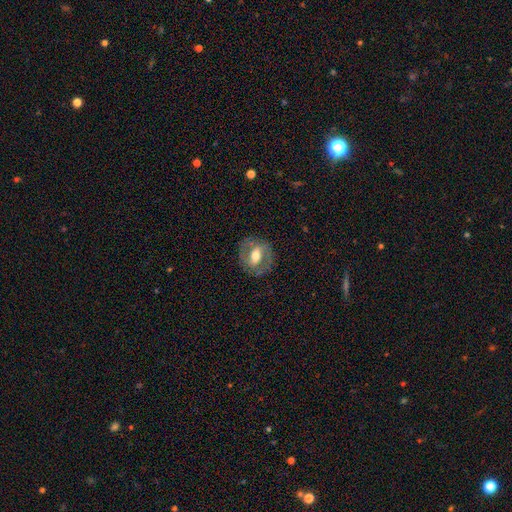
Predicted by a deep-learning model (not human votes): Morphology: type=featured or disk (61%); edge-on=no (93%); bar=weak (38%, tied with strong); spiral arms=yes (58%); bulge=moderate (69%); merging=none (79%).